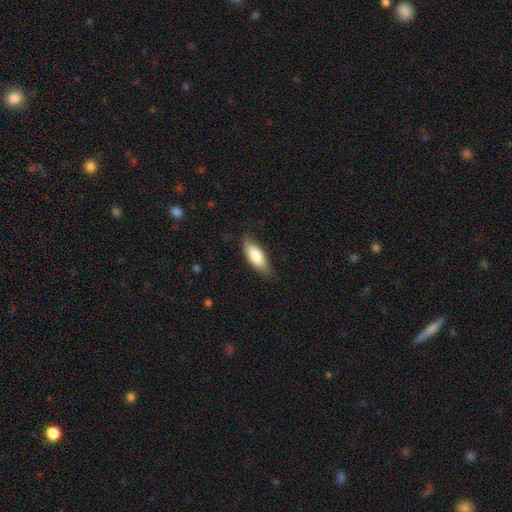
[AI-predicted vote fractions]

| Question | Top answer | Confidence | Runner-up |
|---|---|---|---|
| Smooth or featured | smooth | 80% | featured or disk (15%) |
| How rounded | in between | 75% | cigar-shaped (24%) |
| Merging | none | 79% | minor disturbance (17%) |